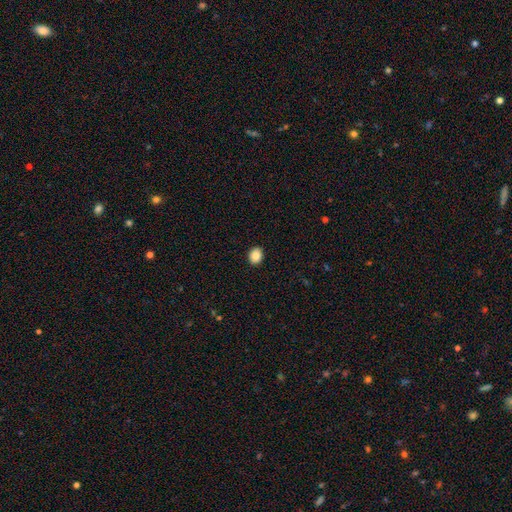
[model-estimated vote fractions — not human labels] smooth 87%, star or artifact 9%, featured or disk 4%. Down the decision tree: how rounded — round (53%); merging — none (91%).